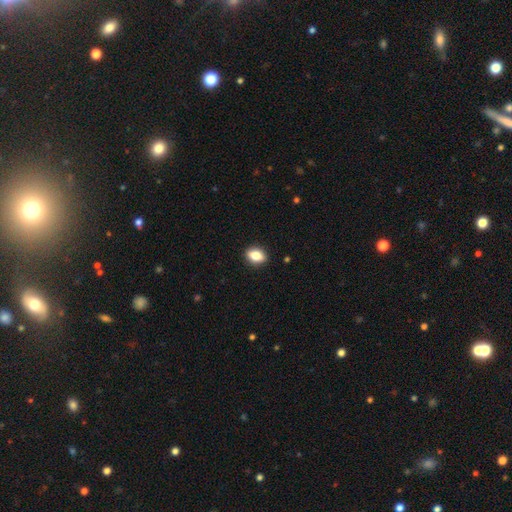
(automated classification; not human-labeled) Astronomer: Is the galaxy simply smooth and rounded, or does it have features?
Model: smooth — 81%.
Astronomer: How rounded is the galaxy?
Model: in between — 74%.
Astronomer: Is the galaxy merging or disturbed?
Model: none — 89%.